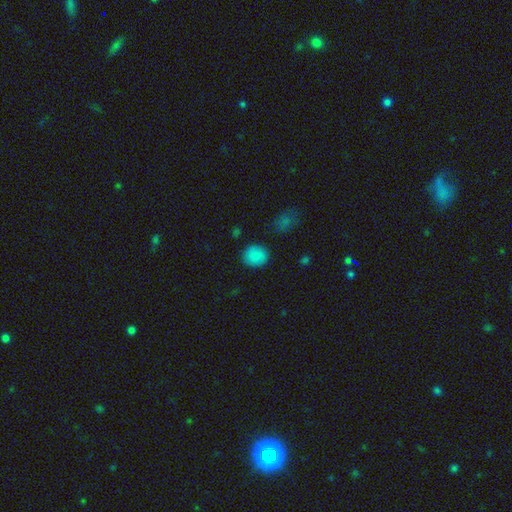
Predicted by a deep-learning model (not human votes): Q: Smooth or featured?
A: smooth (86%); runner-up: star or artifact (9%)
Q: How rounded?
A: round (79%); runner-up: in between (20%)
Q: Merging?
A: none (87%); runner-up: minor disturbance (9%)